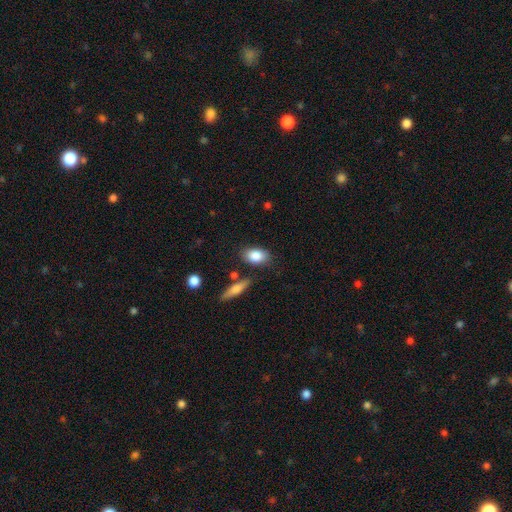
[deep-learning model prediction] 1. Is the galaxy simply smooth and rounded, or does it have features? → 84% smooth, 9% featured or disk, 7% star or artifact.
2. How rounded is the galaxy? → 85% in between, 11% round, 3% cigar-shaped.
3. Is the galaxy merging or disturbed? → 79% none, 12% minor disturbance, 6% merger, 3% major disturbance.